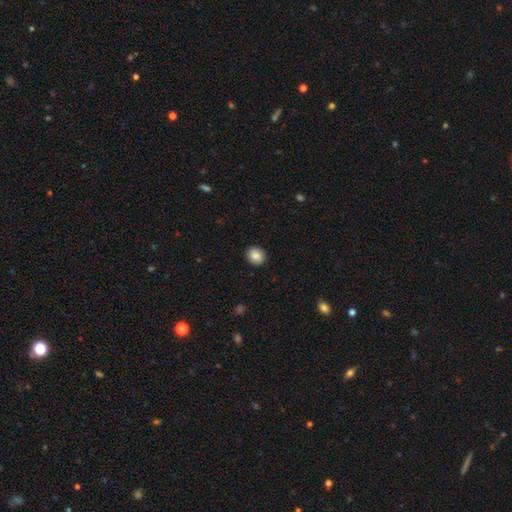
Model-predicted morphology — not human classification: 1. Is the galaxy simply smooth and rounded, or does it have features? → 87% smooth, 8% star or artifact, 5% featured or disk.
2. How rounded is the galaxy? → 77% round, 22% in between, 1% cigar-shaped.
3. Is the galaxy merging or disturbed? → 92% none, 6% minor disturbance, 2% major disturbance, 1% merger.